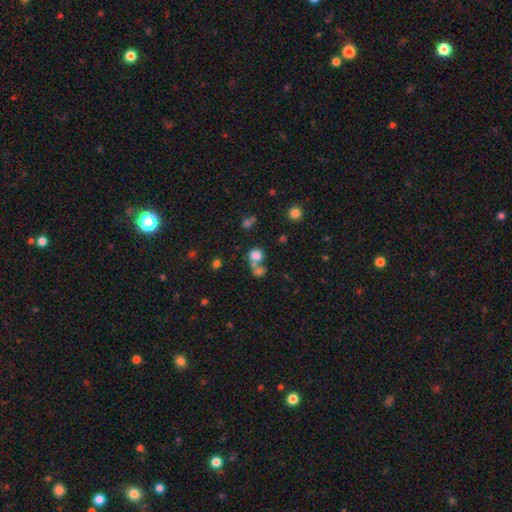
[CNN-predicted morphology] The model was most divided on "merging": none: 44%, merger: 43%, minor disturbance: 8%, major disturbance: 5%. More confident: how rounded — round (81%); smooth or featured — smooth (76%).